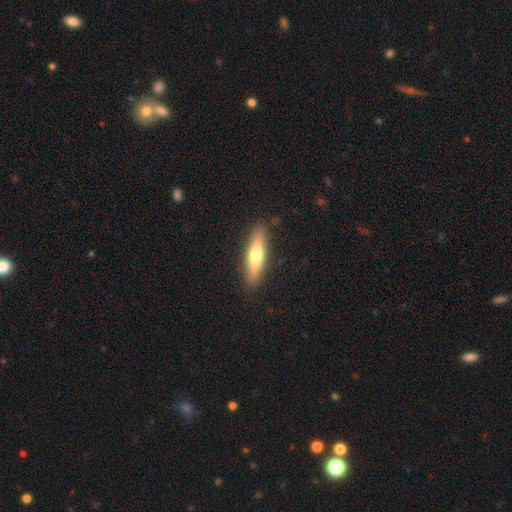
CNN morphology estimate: Overall: smooth (64%; featured or disk 31%). How rounded: cigar-shaped (72%). Merging: none (88%).